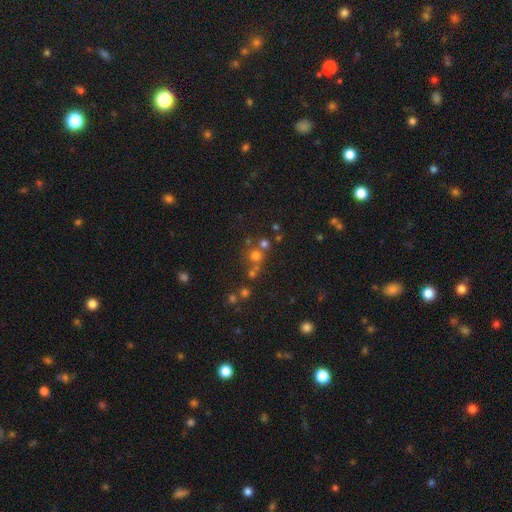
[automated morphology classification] This appears to be a smooth galaxy with no disk features (61%) that is round (90%). Merging: none (60%).